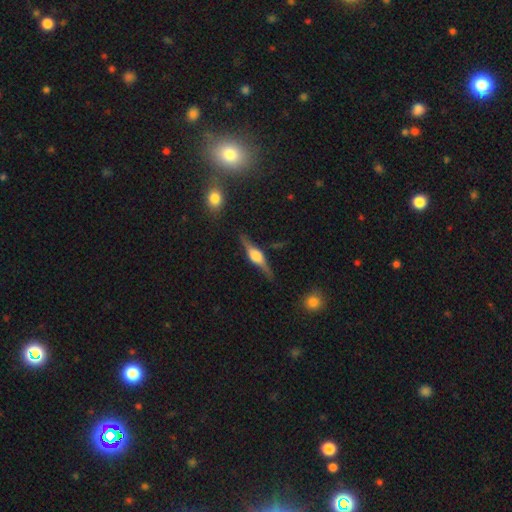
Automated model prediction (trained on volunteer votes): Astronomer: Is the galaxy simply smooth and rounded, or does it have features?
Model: featured or disk — 83%.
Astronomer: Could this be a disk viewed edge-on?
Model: yes — 97%.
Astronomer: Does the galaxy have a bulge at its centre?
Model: rounded — 87%.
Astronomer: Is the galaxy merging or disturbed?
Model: none — 86%.